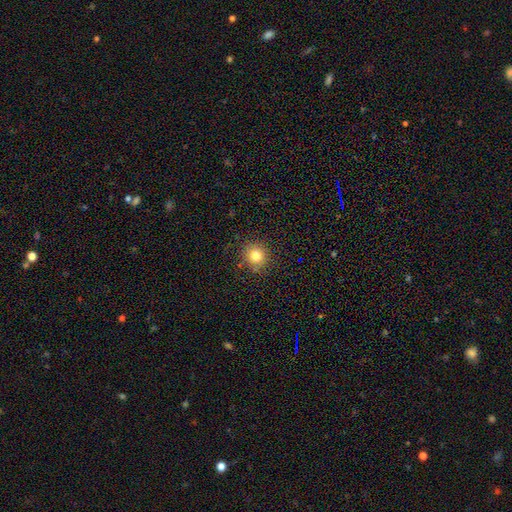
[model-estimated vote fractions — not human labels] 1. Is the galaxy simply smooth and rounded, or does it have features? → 79% smooth, 13% star or artifact, 8% featured or disk.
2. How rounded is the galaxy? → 89% round, 10% in between, 1% cigar-shaped.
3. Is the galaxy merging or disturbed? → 86% none, 10% minor disturbance, 3% major disturbance, 2% merger.